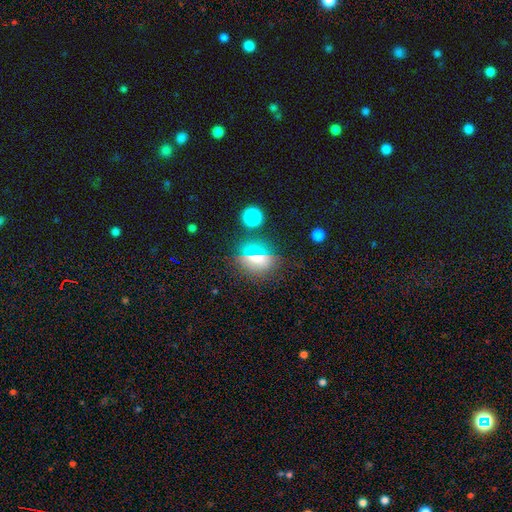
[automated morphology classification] A smooth galaxy with no disk features (58%) that is round (62%).

Vote fractions:
- Smooth or featured? smooth: 58% / star or artifact: 27% / featured or disk: 15%
- How rounded? round: 62% / in between: 34% / cigar-shaped: 4%
- Merging? none: 83% / minor disturbance: 10% / major disturbance: 4% / merger: 3%